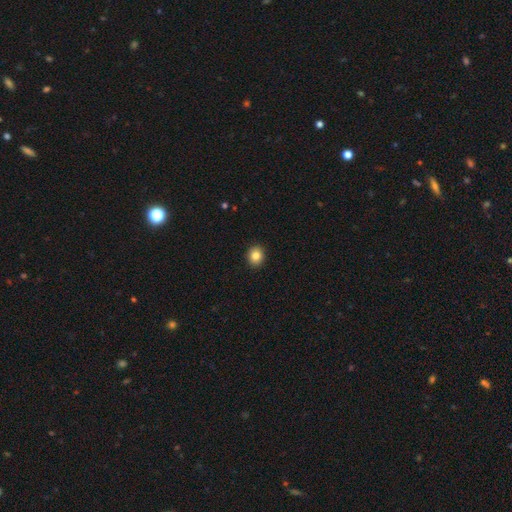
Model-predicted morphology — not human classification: This is clearly a smooth galaxy (84%). How rounded: likely round (72%). Merging: clearly none (92%).